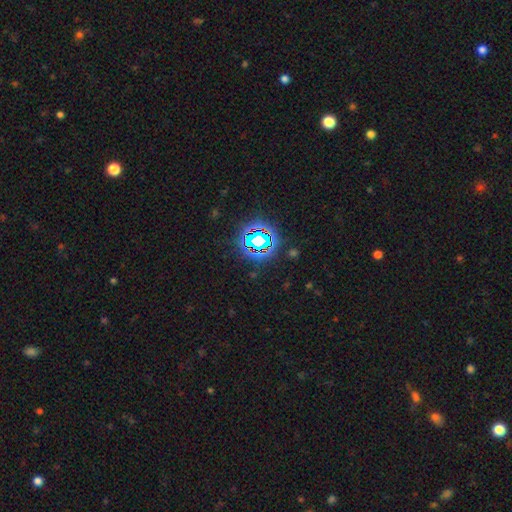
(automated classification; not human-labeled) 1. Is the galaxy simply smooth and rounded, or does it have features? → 81% star or artifact, 12% smooth, 7% featured or disk.